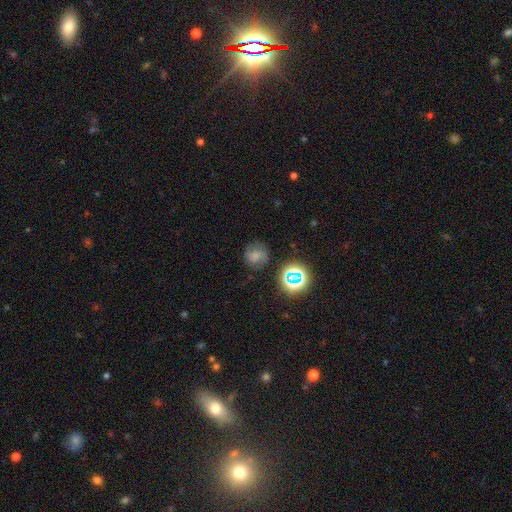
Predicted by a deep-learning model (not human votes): This is possibly a smooth galaxy (49%). Merging: likely none (69%).